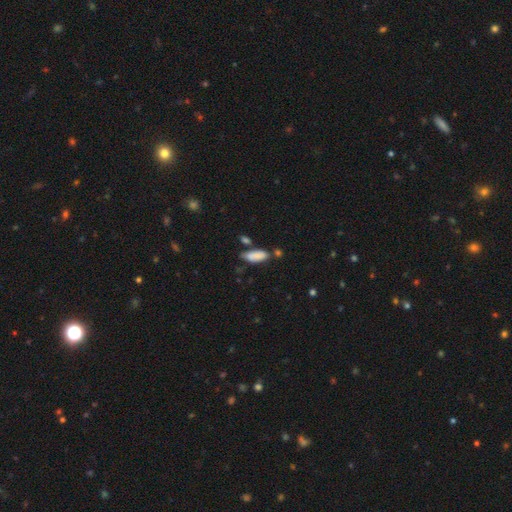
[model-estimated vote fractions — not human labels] Overall: smooth (86%). How rounded: in between (74%). Merging: none (60%; minor disturbance 22%).